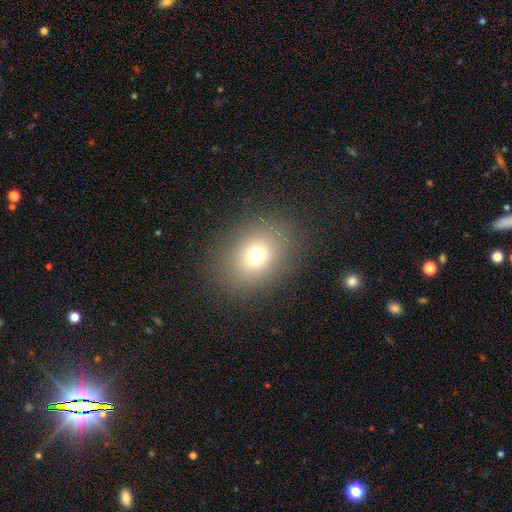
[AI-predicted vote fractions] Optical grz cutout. It shows a smooth galaxy with no disk features (71%) that is round (50%). Merging: none (85%).